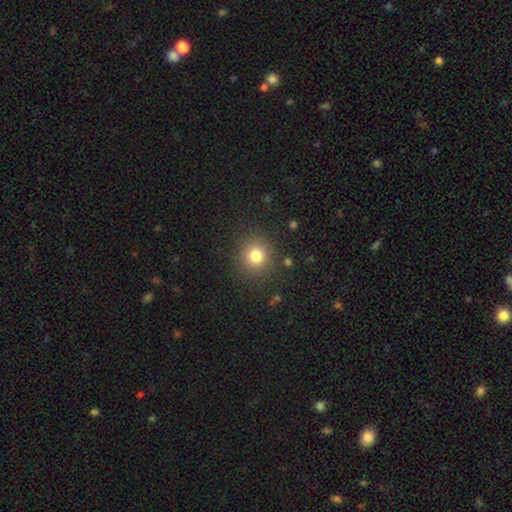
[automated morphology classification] type=smooth (79%); roundness=round (91%); merging=none (88%).